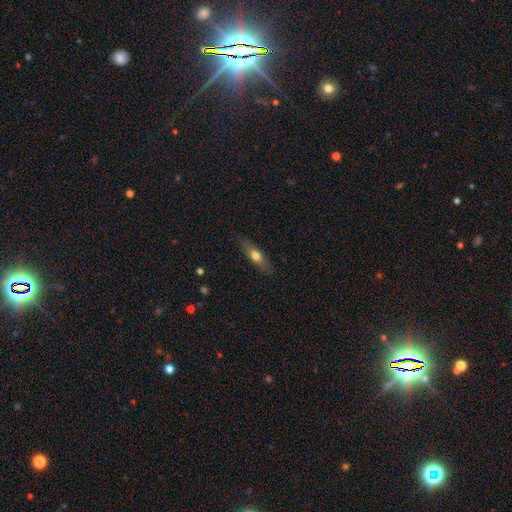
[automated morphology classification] This is likely a smooth galaxy (61%). How rounded: possibly cigar-shaped (54%). Merging: clearly none (84%).